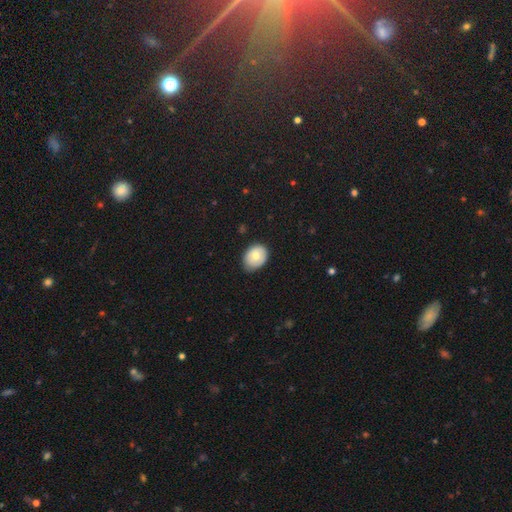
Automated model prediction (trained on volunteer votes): Smooth or featured? smooth (73%)
How rounded? in between (63%)
Merging? none (75%)